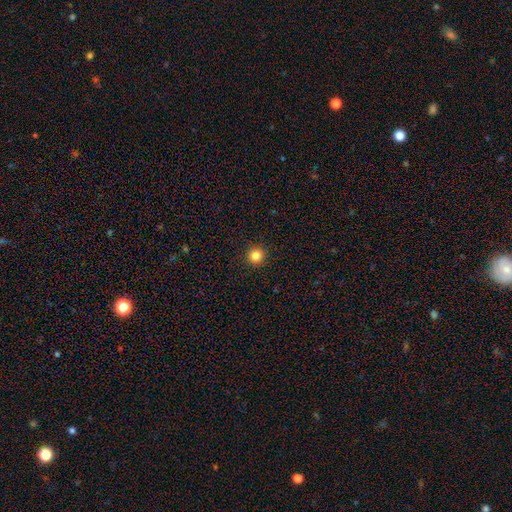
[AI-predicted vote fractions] Smooth or featured? smooth (84%)
How rounded? round (95%)
Merging? none (93%)